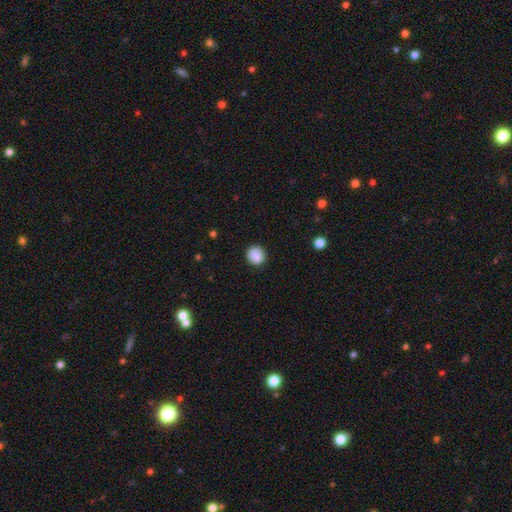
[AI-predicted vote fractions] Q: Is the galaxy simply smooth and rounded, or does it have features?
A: smooth — 87%.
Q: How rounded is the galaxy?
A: round — 86%.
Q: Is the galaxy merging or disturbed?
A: none — 85%.